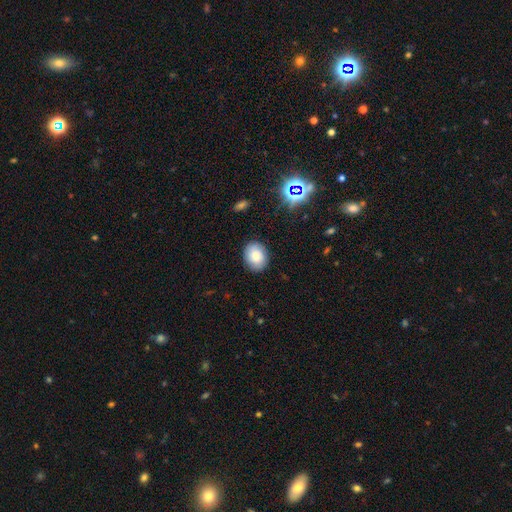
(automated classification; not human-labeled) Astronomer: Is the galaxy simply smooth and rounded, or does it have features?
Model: smooth — 80%.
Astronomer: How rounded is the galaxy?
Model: in between — 55% (runner-up: round, 44%).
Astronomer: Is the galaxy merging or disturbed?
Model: none — 86%.